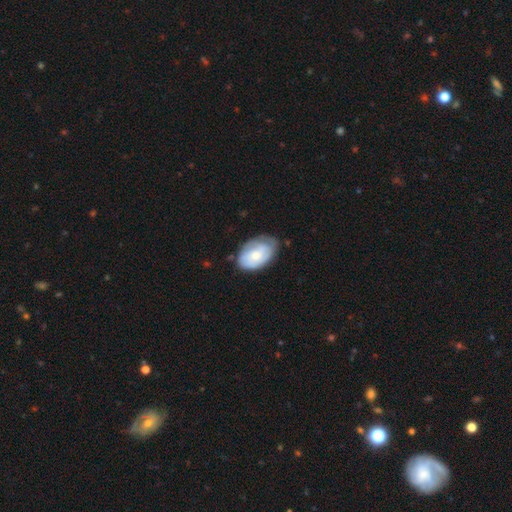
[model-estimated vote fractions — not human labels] This appears to be a smooth galaxy with no disk features (55%) that is in between round and cigar-shaped (89%). Merging: none (59%).